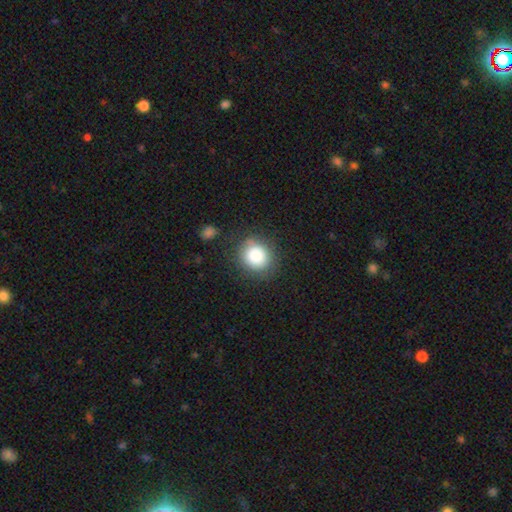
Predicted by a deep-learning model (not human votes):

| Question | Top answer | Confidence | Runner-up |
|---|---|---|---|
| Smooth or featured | smooth | 85% | star or artifact (9%) |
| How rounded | round | 84% | in between (15%) |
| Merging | none | 83% | minor disturbance (11%) |